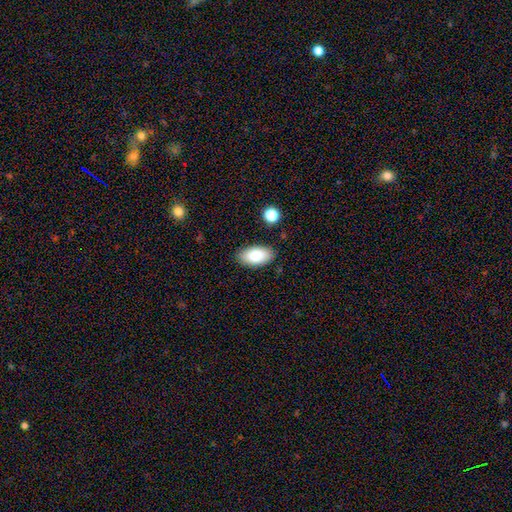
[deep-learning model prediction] This is likely a smooth galaxy (79%). How rounded: clearly in between (94%). Merging: clearly none (86%).